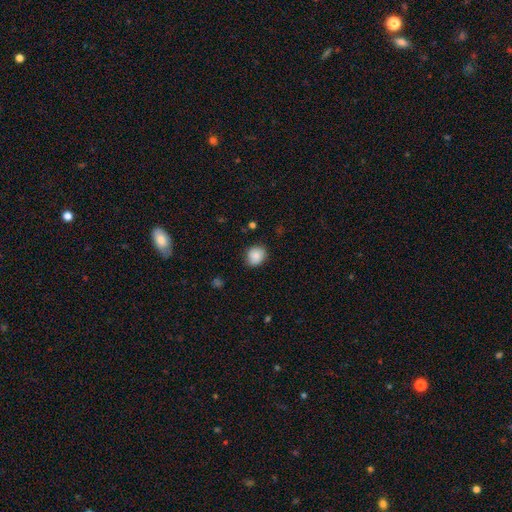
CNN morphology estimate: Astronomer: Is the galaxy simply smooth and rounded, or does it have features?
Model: smooth — 85%.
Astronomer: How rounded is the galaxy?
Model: round — 73%.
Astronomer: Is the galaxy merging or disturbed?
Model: none — 81%.